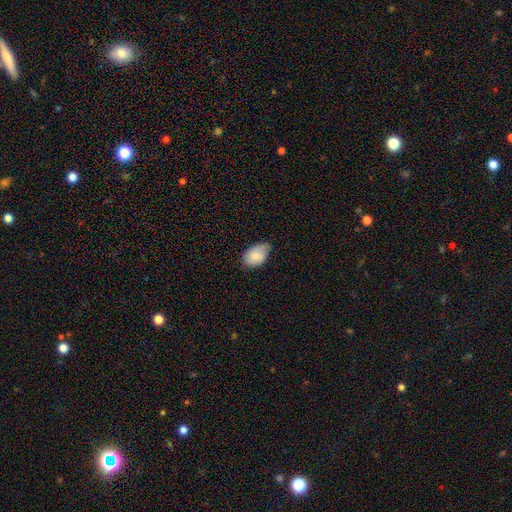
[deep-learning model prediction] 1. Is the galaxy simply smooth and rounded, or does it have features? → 81% smooth, 13% featured or disk, 6% star or artifact.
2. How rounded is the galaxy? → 89% in between, 10% round, 1% cigar-shaped.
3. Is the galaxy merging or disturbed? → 55% none, 37% minor disturbance, 6% major disturbance, 1% merger.